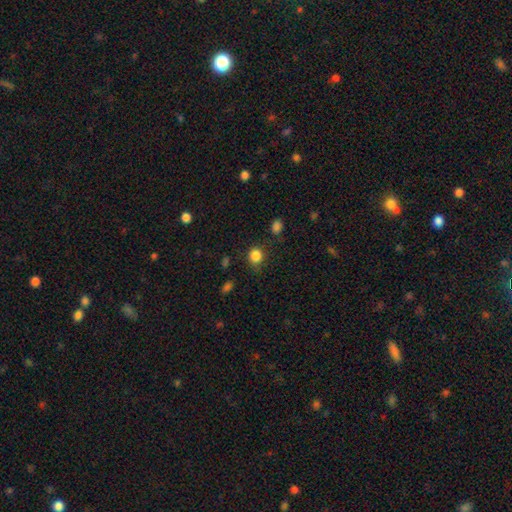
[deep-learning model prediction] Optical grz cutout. It shows a smooth galaxy with no disk features (85%) that is round (76%). Merging: none (80%).